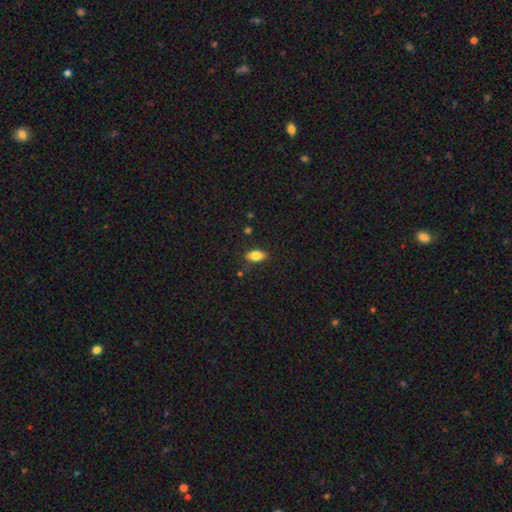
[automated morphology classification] This is clearly a smooth galaxy (84%). How rounded: clearly in between (90%). Merging: clearly none (84%).